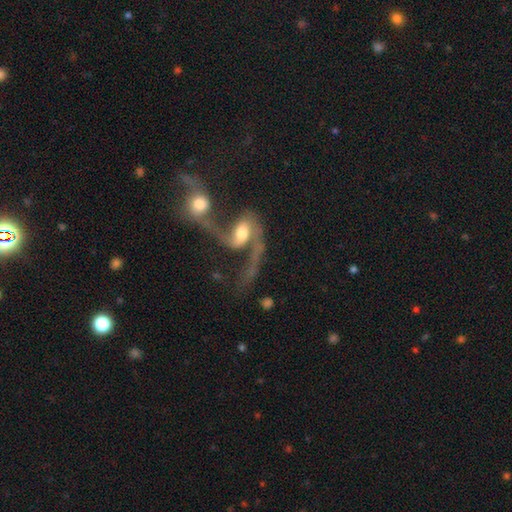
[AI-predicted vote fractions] Smooth or featured?
  - featured or disk: 78% *
  - smooth: 13%
  - star or artifact: 9%
Edge-on disk?
  - no: 94% *
  - yes: 6%
Bar?
  - no: 53% *
  - weak: 32%
  - strong: 15%
Spiral arms?
  - yes: 86% *
  - no: 14%
Spiral winding?
  - loose: 62% *
  - medium: 28%
  - tight: 10%
Spiral arm count?
  - 2: 56% *
  - 1: 33%
  - can't tell: 6%
  - 3: 2%
  - 4: 1%
  - more than 4: 1%
Bulge size?
  - moderate: 57% *
  - small: 24%
  - large: 12%
  - none: 5%
  - dominant: 3%
Merging?
  - merger: 75% *
  - major disturbance: 11%
  - none: 10%
  - minor disturbance: 5%